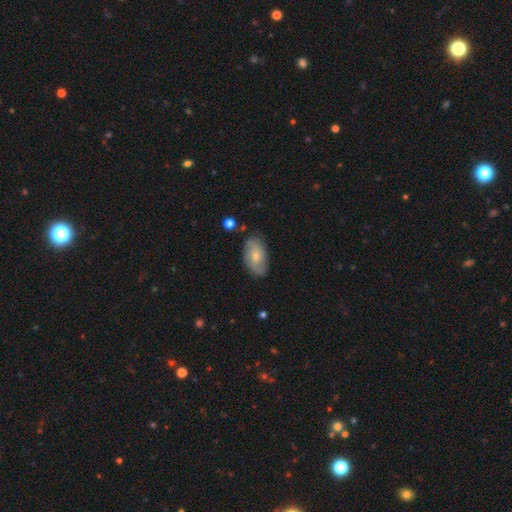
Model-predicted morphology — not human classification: smooth_or_featured: smooth (p=0.56) [alt: featured or disk p=0.38]
how_rounded: in between (p=0.92) [alt: round p=0.05]
merging: none (p=0.77) [alt: minor disturbance p=0.17]